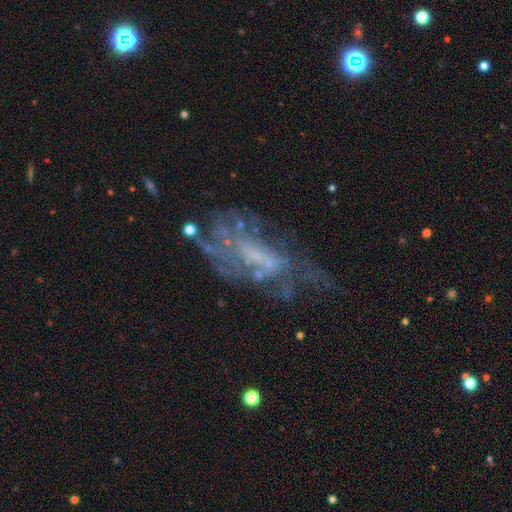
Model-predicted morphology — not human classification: The model was most divided on "spiral arms": yes: 51%, no: 49%. Remaining: edge-on disk — no (91%); smooth or featured — featured or disk (68%); bar — no (57%); bulge size — none (51%); merging — none (42%).